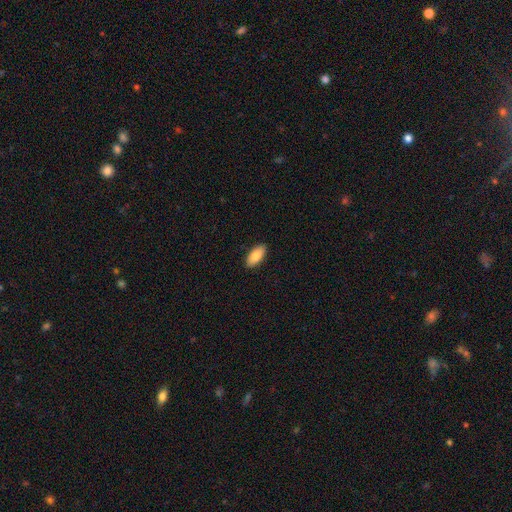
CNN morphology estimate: Smooth or featured? Predicted: smooth (p=0.86). How rounded? Predicted: in between (p=0.90). Merging? Predicted: none (p=0.90).